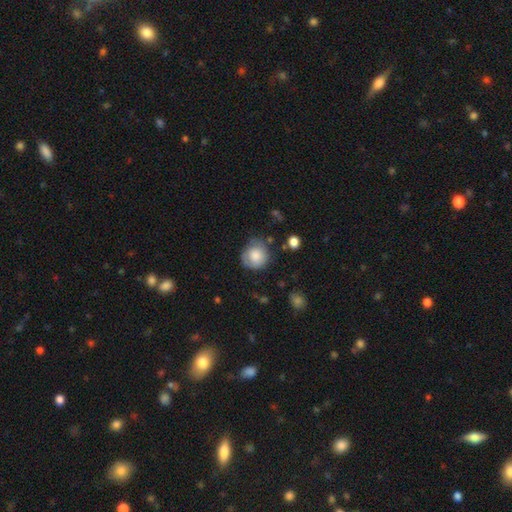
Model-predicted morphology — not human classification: smooth 75%, featured or disk 17%, star or artifact 8%. Down the decision tree: how rounded — round (87%); merging — none (64%).